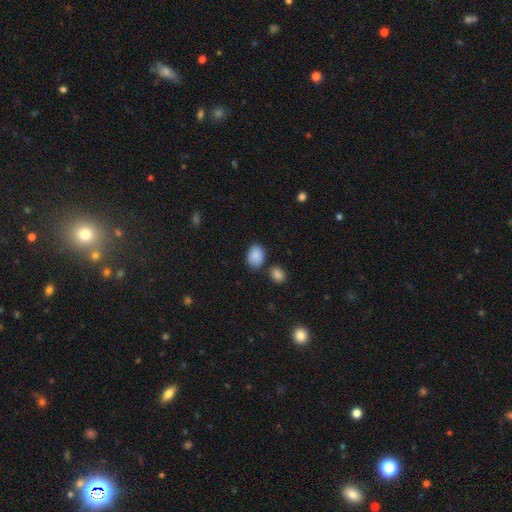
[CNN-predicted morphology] The model was most divided on "how rounded": in between: 75%, round: 24%, cigar-shaped: 1%. More confident: smooth or featured — smooth (88%); merging — none (69%).